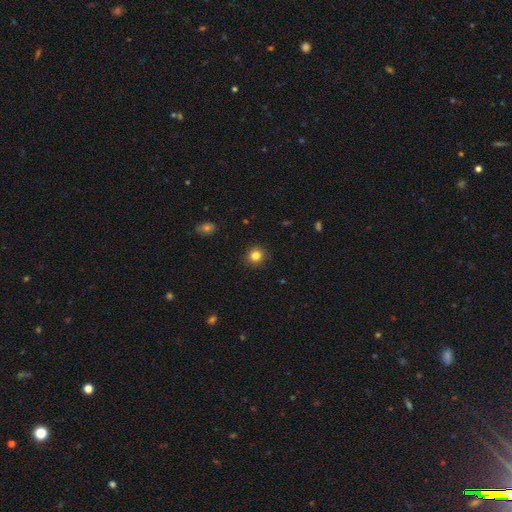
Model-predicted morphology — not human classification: smooth-or-featured: smooth: 82% | star or artifact: 12% | featured or disk: 6%
  how-rounded: round: 91% | in between: 8% | cigar-shaped: 1%
  merging: none: 91% | minor disturbance: 6% | major disturbance: 2% | merger: 1%